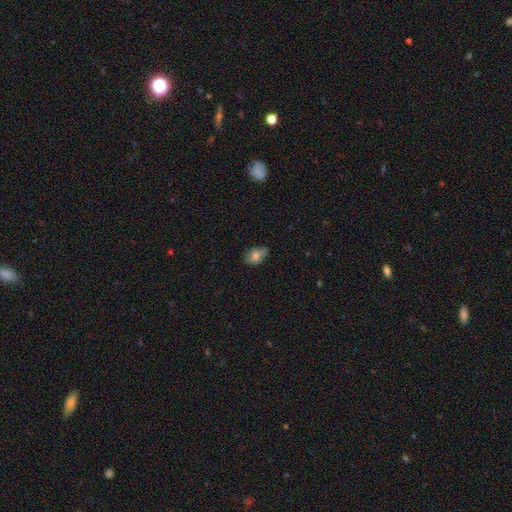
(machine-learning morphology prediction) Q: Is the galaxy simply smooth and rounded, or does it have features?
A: smooth — 72%.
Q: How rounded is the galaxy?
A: in between — 66%.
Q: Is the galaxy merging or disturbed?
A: none — 57%.